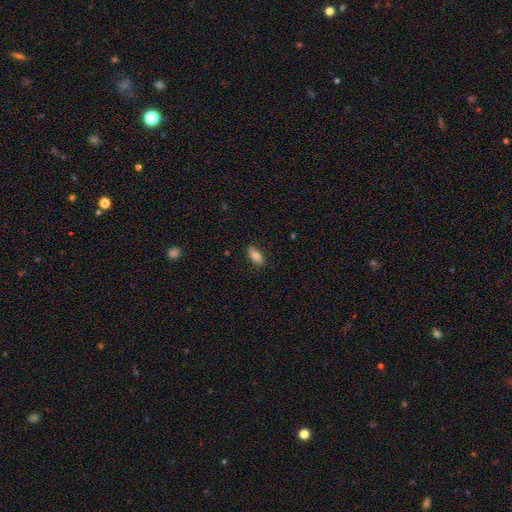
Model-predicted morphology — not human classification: This appears to be a smooth galaxy with no disk features (76%) that is in between round and cigar-shaped (84%). Merging: none (86%).